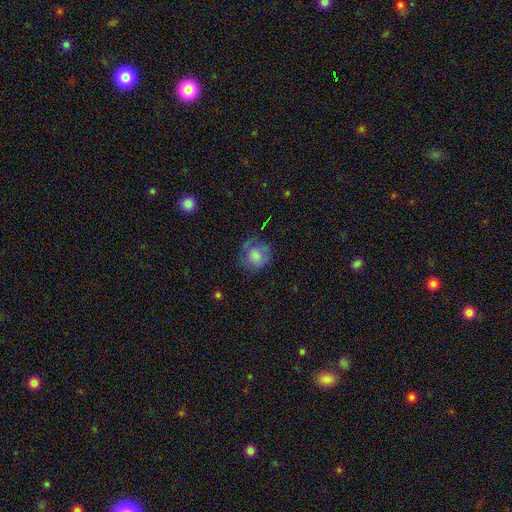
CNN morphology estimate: This is likely a smooth galaxy (75%). How rounded: clearly round (82%). Merging: likely none (60%).